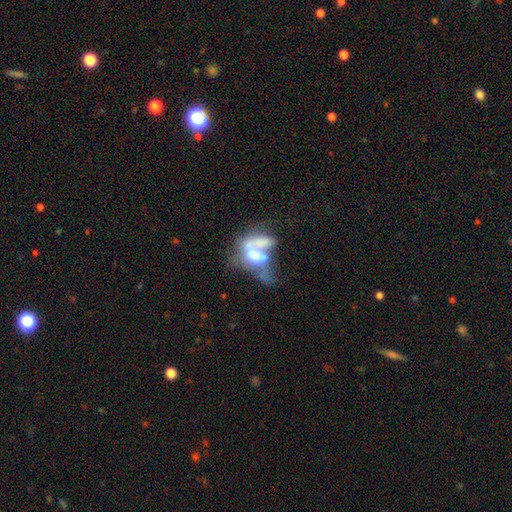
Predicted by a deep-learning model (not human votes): The model was most divided on "smooth or featured": featured or disk: 51%, smooth: 38%, star or artifact: 11%. More confident: edge-on disk — no (93%); merging — merger (58%).